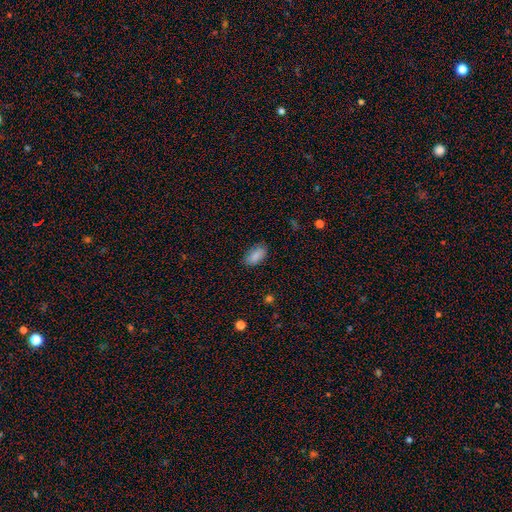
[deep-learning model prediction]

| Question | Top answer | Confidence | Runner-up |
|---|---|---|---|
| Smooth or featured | smooth | 86% | star or artifact (8%) |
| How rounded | in between | 93% | round (4%) |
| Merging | none | 81% | minor disturbance (14%) |